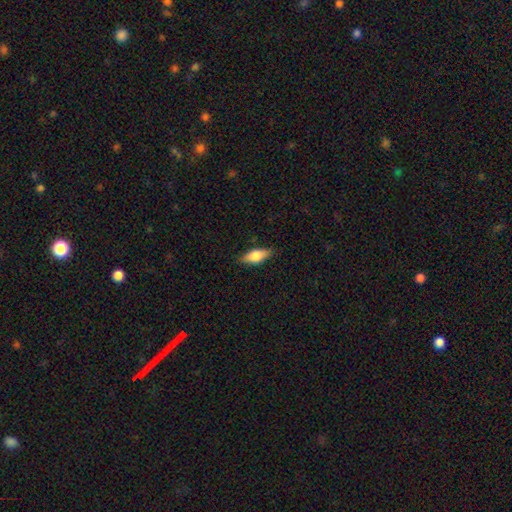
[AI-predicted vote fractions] Smooth or featured? Predicted: smooth (p=0.71). How rounded? Predicted: in between (p=0.75). Merging? Predicted: none (p=0.84).